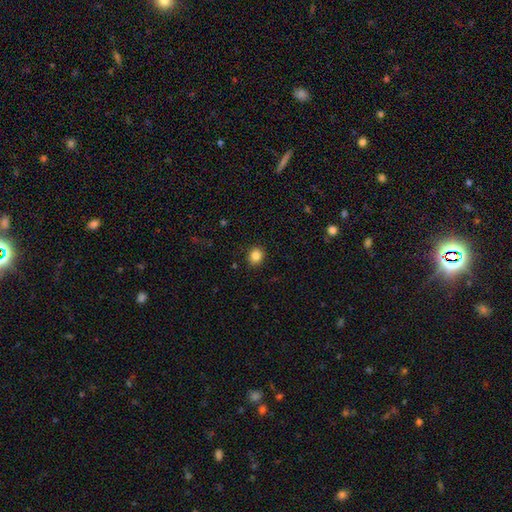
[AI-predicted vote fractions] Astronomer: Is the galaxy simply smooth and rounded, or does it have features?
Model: smooth — 85%.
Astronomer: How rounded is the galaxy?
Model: round — 75%.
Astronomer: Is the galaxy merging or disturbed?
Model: none — 89%.